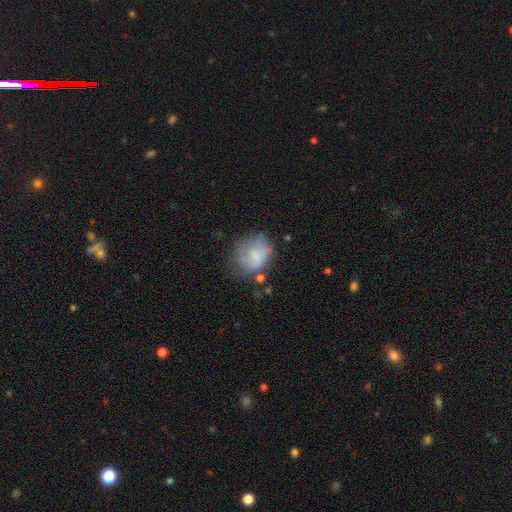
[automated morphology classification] Q: Smooth or featured?
A: smooth (66%); runner-up: featured or disk (26%)
Q: How rounded?
A: round (64%); runner-up: in between (35%)
Q: Merging?
A: none (51%); runner-up: minor disturbance (28%)